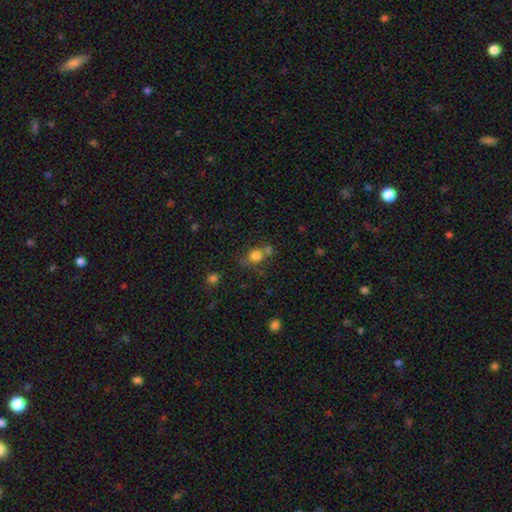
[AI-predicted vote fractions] A smooth galaxy with no disk features (78%) that is round (72%). Merging: none (52%).